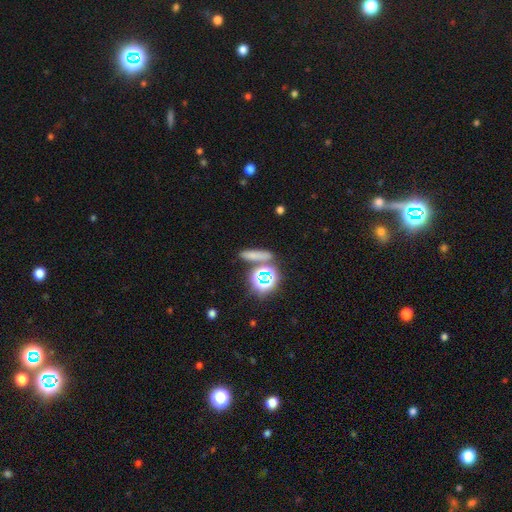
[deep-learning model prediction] Q: Smooth or featured?
A: smooth (64%); runner-up: star or artifact (26%)
Q: How rounded?
A: cigar-shaped (57%); runner-up: in between (22%)
Q: Merging?
A: none (74%); runner-up: merger (13%)